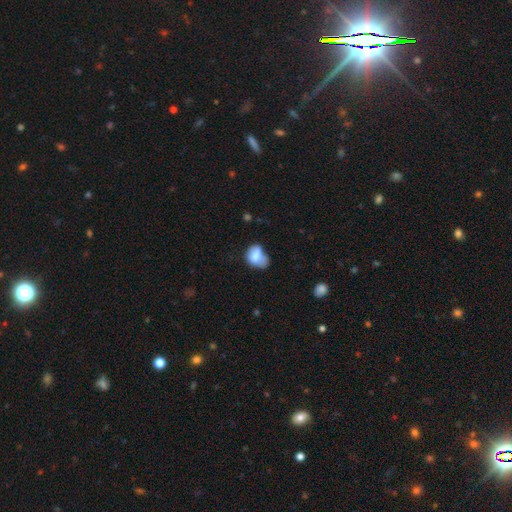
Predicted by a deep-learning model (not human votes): Smooth or featured?
  - smooth: 72% *
  - featured or disk: 18%
  - star or artifact: 10%
How rounded?
  - in between: 68% *
  - round: 31%
  - cigar-shaped: 1%
Merging?
  - minor disturbance: 33% *
  - none: 27%
  - major disturbance: 25%
  - merger: 16%